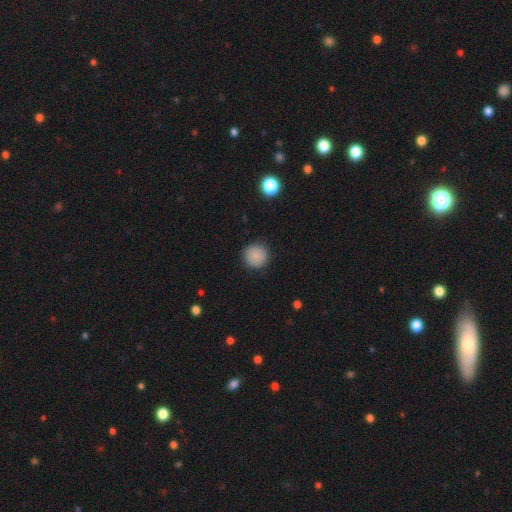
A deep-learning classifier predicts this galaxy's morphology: A smooth galaxy with no disk features (85%) that is round (95%). Merging: none (90%).